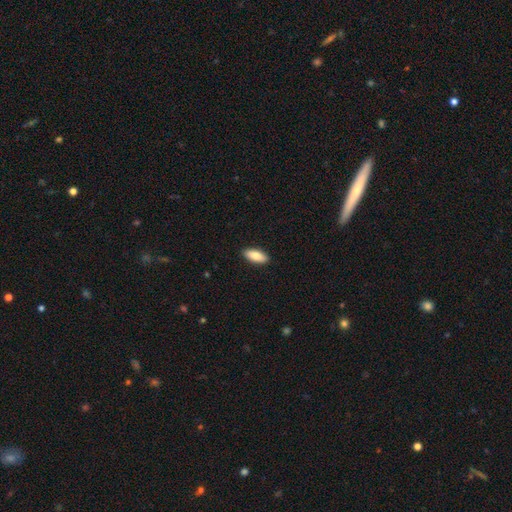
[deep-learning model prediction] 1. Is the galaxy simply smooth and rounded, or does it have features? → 81% smooth, 13% featured or disk, 6% star or artifact.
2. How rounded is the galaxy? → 80% in between, 18% cigar-shaped, 2% round.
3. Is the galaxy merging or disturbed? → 91% none, 7% minor disturbance, 1% major disturbance, 1% merger.